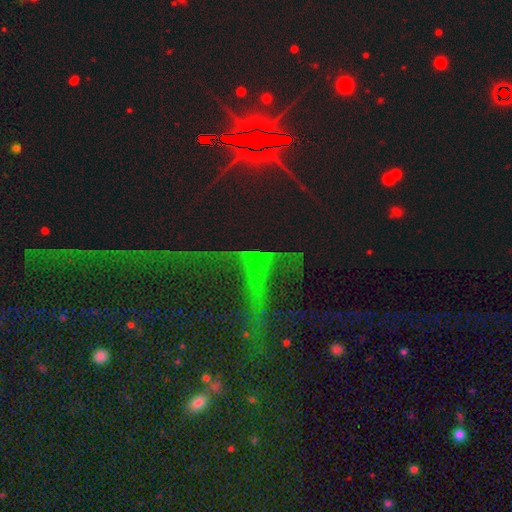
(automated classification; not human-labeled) Q: Smooth or featured?
A: star or artifact (76%); runner-up: smooth (12%)